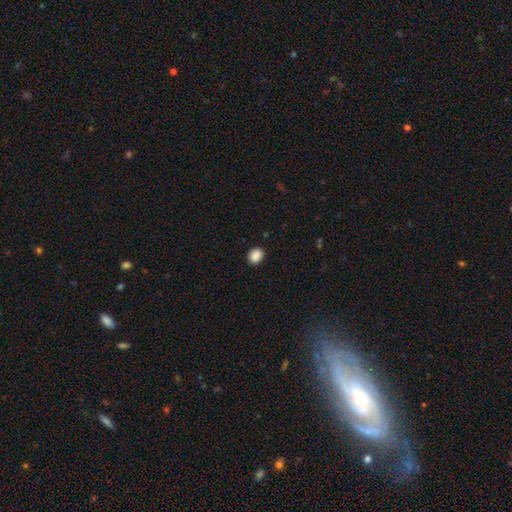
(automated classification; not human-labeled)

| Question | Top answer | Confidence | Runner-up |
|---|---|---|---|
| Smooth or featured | smooth | 89% | star or artifact (8%) |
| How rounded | in between | 57% | round (42%) |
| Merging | none | 89% | minor disturbance (8%) |